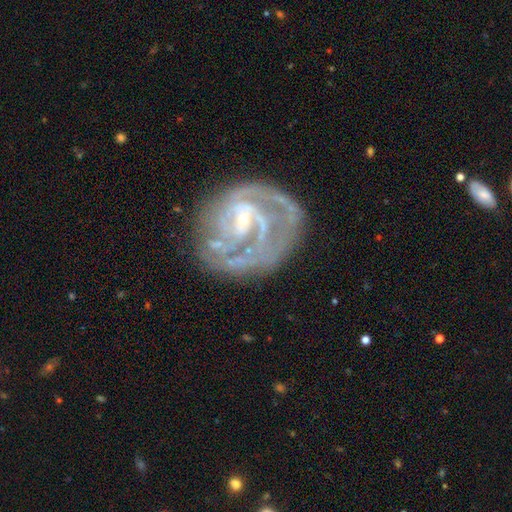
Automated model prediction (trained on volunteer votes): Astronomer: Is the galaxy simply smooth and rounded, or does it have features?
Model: featured or disk — 78%.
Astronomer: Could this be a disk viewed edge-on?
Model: no — 97%.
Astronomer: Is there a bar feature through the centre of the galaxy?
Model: weak — 44% (runner-up: no, 31%).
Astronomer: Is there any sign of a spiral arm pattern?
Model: yes — 83%.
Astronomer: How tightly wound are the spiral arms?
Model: tight — 62%.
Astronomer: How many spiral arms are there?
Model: can't tell — 34% (runner-up: 2, 32%).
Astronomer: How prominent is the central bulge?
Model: small — 53% (runner-up: moderate, 31%).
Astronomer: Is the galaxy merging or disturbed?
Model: none — 64%.